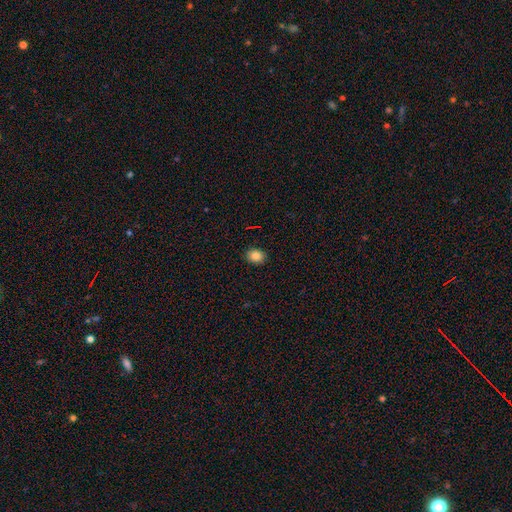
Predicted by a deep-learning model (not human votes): smooth 84%, star or artifact 11%, featured or disk 6%. Down the decision tree: how rounded — round (52%); merging — none (90%).